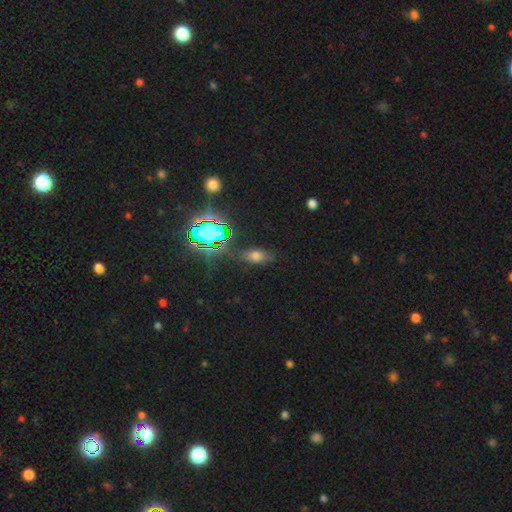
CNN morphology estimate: A smooth galaxy with no disk features (57%) that is in between round and cigar-shaped (79%). Merging: none (78%).